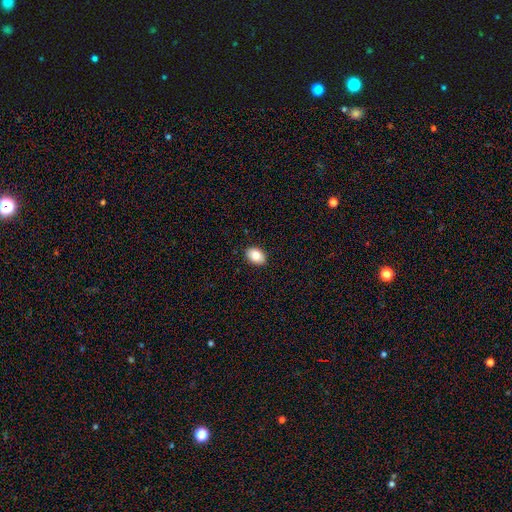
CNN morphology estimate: Smooth or featured? smooth (82%)
How rounded? in between (86%)
Merging? none (89%)